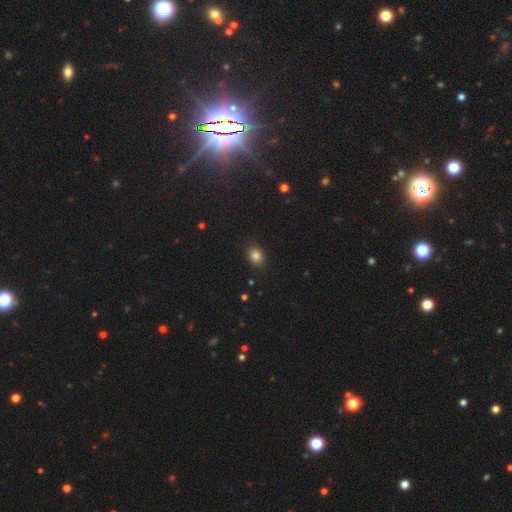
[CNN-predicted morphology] Smooth or featured? Predicted: smooth (p=0.82). How rounded? Predicted: in between (p=0.63). Merging? Predicted: none (p=0.88).